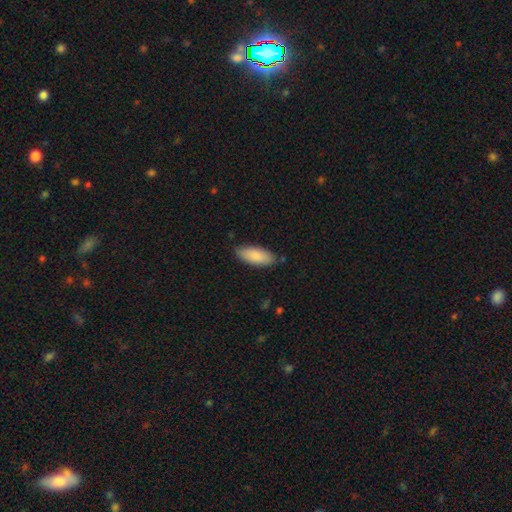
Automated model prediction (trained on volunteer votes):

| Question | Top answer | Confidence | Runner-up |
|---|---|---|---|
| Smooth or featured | smooth | 87% | featured or disk (8%) |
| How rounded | in between | 86% | cigar-shaped (13%) |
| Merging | none | 81% | minor disturbance (15%) |